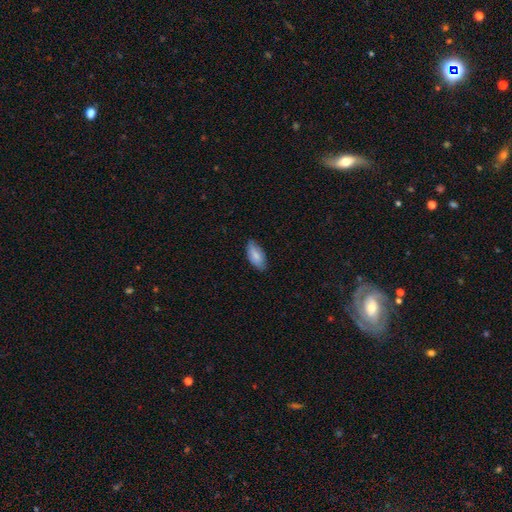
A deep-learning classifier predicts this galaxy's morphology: Smooth or featured? Predicted: smooth (p=0.79). How rounded? Predicted: in between (p=0.89). Merging? Predicted: none (p=0.76).